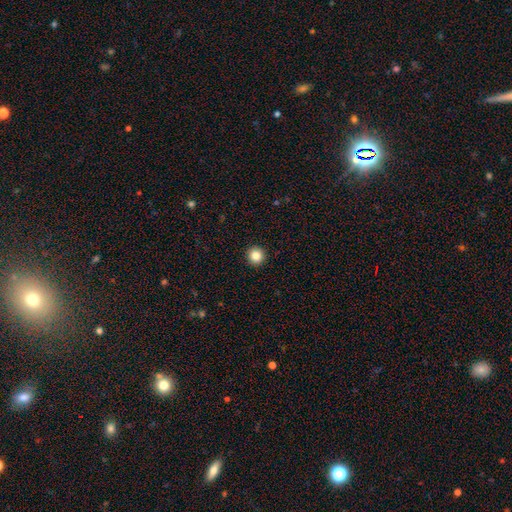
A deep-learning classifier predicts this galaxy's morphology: This appears to be a smooth galaxy with no disk features (84%) that is round (95%). Merging: none (94%).